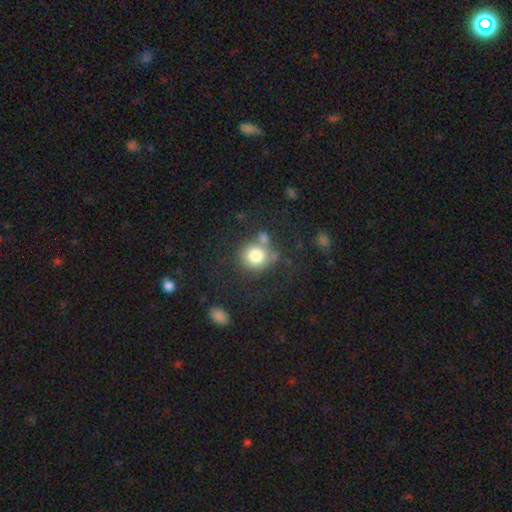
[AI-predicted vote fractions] Smooth or featured: smooth — 78% (featured or disk — 11%)
How rounded: round — 85% (in between — 14%)
Merging: none — 57% (merger — 19%)